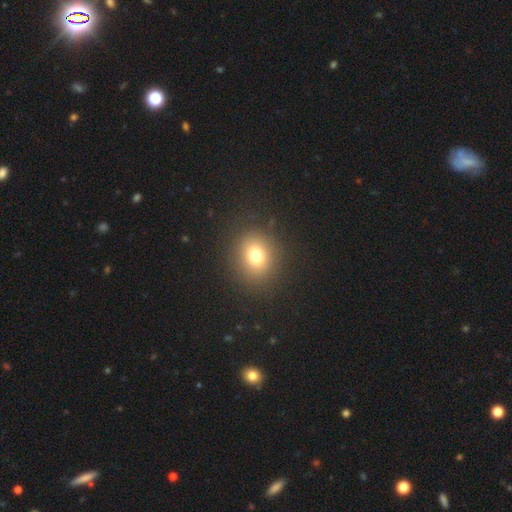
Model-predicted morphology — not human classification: Smooth or featured: smooth — 76% (star or artifact — 15%)
How rounded: round — 77% (in between — 22%)
Merging: none — 88% (minor disturbance — 7%)